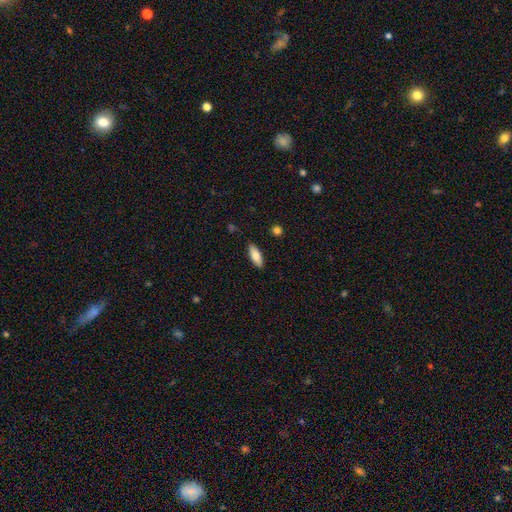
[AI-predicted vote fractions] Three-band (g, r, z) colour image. It shows a smooth galaxy with no disk features (78%) that is in between round and cigar-shaped (72%). Merging: none (87%).